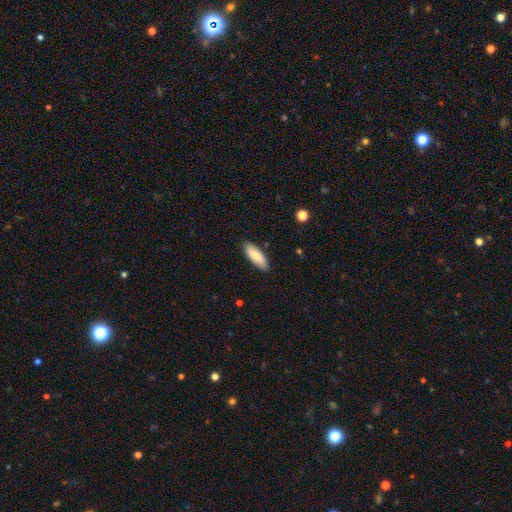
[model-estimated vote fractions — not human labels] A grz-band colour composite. It shows a smooth galaxy with no disk features (82%) that is in between round and cigar-shaped (66%). Merging: none (86%).